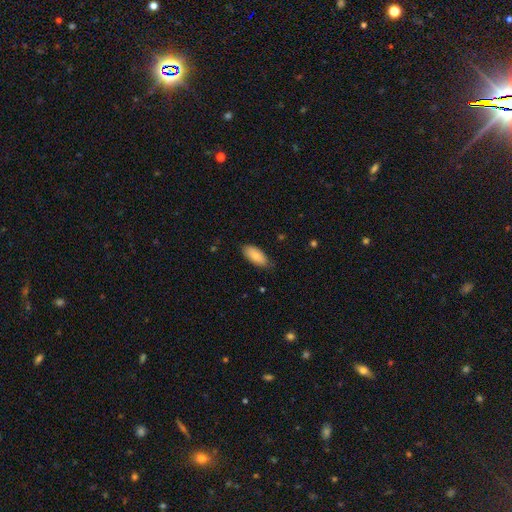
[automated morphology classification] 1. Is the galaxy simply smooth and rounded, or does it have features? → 84% smooth, 10% featured or disk, 6% star or artifact.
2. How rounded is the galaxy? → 88% in between, 10% cigar-shaped, 2% round.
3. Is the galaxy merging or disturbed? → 78% none, 18% minor disturbance, 3% major disturbance, 1% merger.